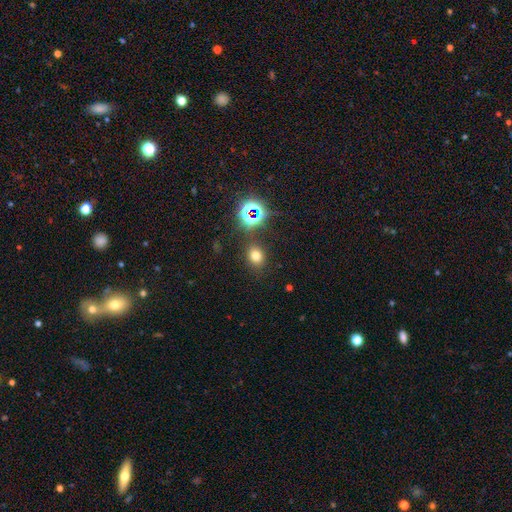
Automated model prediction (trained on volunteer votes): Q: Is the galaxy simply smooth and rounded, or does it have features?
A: smooth — 68%.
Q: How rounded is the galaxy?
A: round — 58%.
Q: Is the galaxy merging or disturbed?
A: none — 84%.